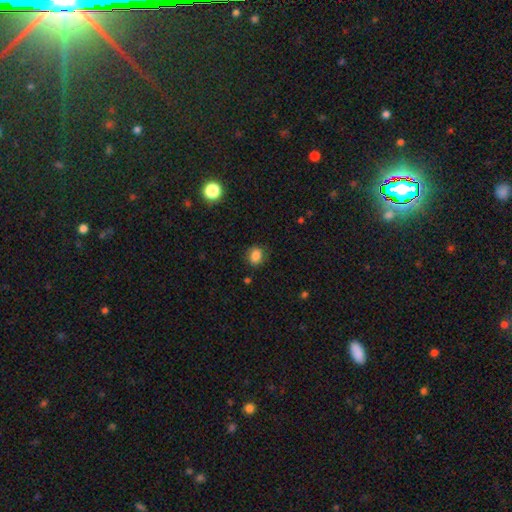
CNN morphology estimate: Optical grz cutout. It shows a smooth galaxy with no disk features (84%) that is in between round and cigar-shaped (51%). Merging: none (82%).